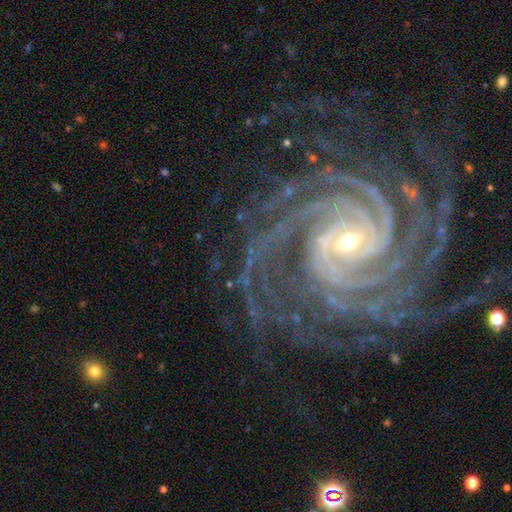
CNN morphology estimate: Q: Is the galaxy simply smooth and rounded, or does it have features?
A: featured or disk — 92%.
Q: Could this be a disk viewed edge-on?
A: no — 98%.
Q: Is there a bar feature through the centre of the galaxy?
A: no — 39%.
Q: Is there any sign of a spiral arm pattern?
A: yes — 99%.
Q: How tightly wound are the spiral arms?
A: tight — 79%.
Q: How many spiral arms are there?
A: more than 4 — 26%.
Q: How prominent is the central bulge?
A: small — 66%.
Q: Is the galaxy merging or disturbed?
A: none — 77%.